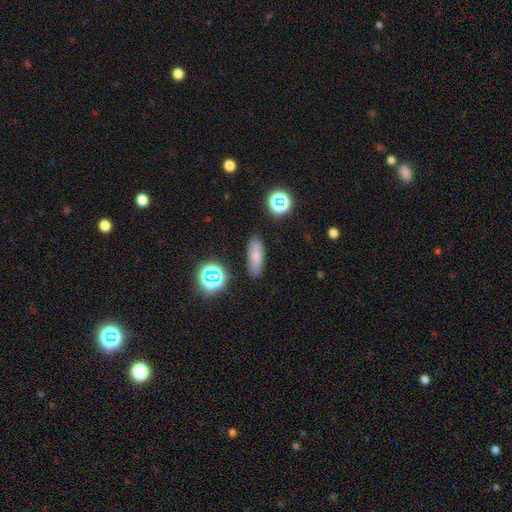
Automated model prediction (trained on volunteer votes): The model was most divided on "how rounded": in between: 60%, cigar-shaped: 36%, round: 5%. More confident: merging — none (85%); smooth or featured — smooth (77%).